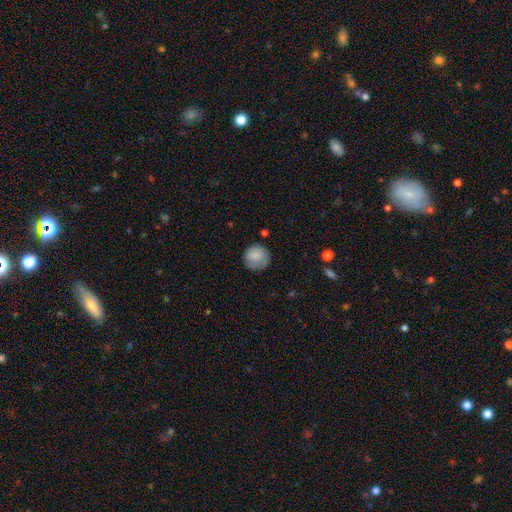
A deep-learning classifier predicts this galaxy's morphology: Smooth or featured? Predicted: smooth (p=0.82). How rounded? Predicted: round (p=0.91). Merging? Predicted: none (p=0.73).